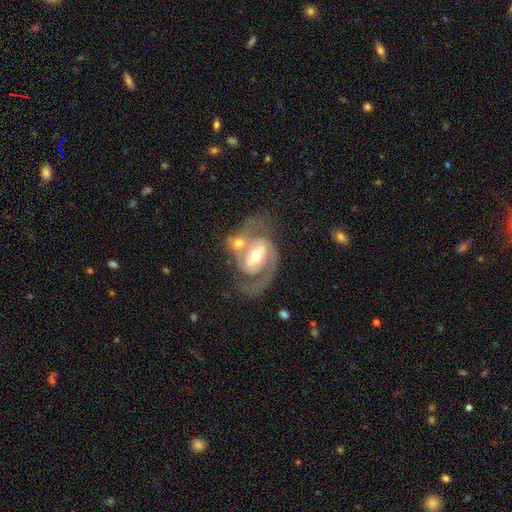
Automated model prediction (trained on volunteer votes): A featured or disk galaxy (89%) with a weak bar (42%), 2 (88%) medium (54%) spiral arms (96%) and a moderate central bulge (66%). Merging: none (54%).